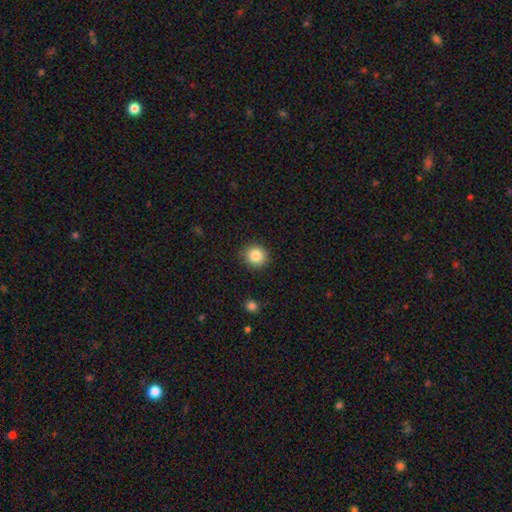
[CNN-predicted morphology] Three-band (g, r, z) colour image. It shows a smooth galaxy with no disk features (84%) that is round (90%). Merging: none (89%).